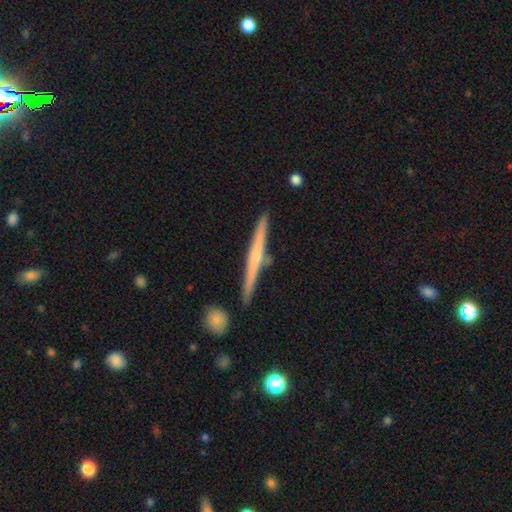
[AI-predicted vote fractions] featured or disk 62%, smooth 33%, star or artifact 6%. Down the decision tree: edge-on disk — yes (98%); edge-on bulge — none (47%); merging — none (85%).